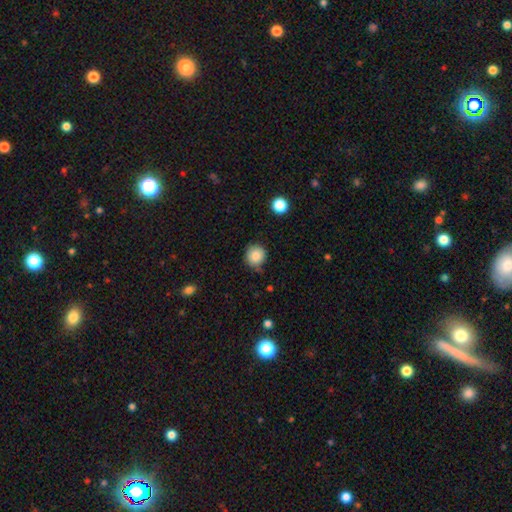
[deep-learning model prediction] Overall: smooth (86%). How rounded: round (91%). Merging: none (77%).